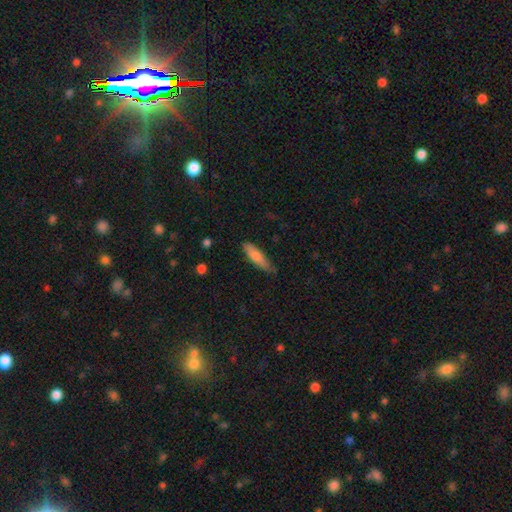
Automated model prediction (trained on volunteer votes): smooth 80%, featured or disk 14%, star or artifact 6%. Down the decision tree: how rounded — cigar-shaped (67%); merging — none (69%).